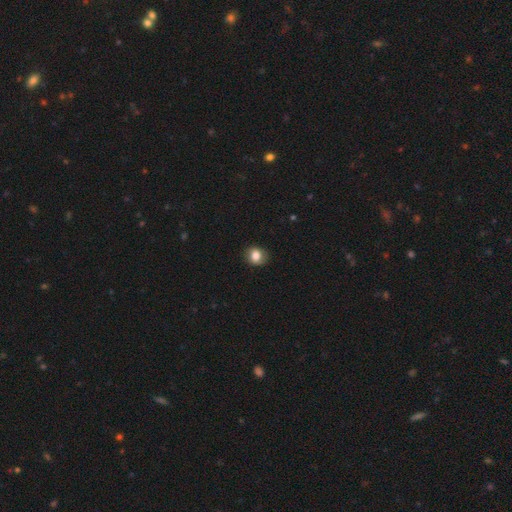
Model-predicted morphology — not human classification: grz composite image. It shows a smooth galaxy with no disk features (78%) that is round (67%). Merging: none (82%).